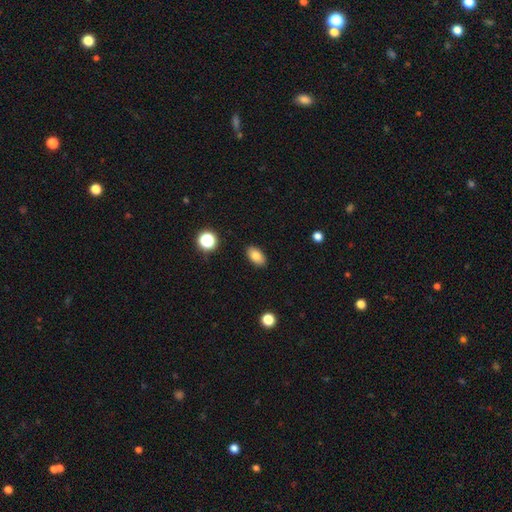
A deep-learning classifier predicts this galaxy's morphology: This is clearly a smooth galaxy (83%). How rounded: clearly in between (91%). Merging: clearly none (89%).